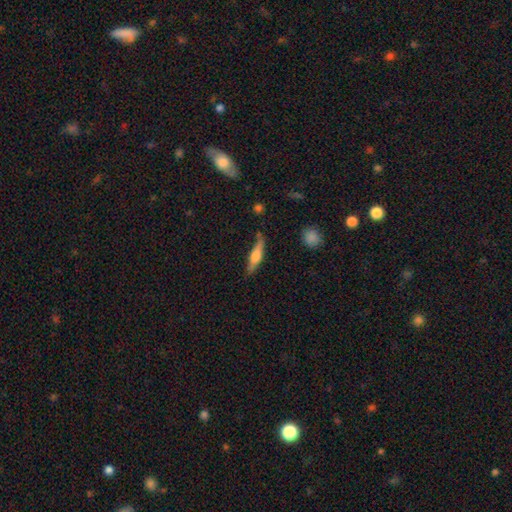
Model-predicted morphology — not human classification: Smooth or featured? Predicted: featured or disk (p=0.48). Merging? Predicted: none (p=0.78).